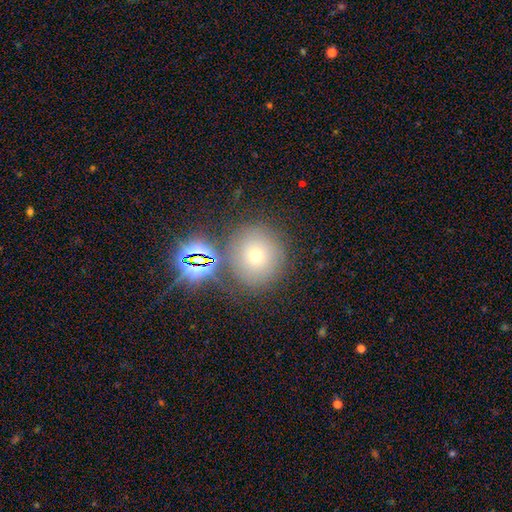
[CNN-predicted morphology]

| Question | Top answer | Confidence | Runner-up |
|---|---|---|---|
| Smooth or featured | smooth | 59% | star or artifact (25%) |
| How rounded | round | 91% | in between (8%) |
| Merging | none | 77% | minor disturbance (10%) |